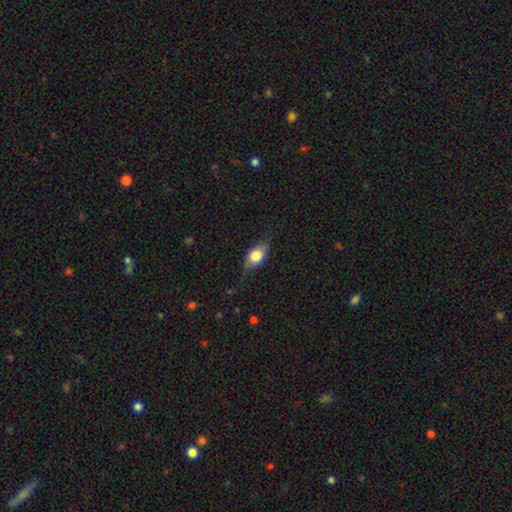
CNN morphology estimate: Smooth or featured? Predicted: smooth (p=0.61). How rounded? Predicted: in between (p=0.76). Merging? Predicted: none (p=0.67).